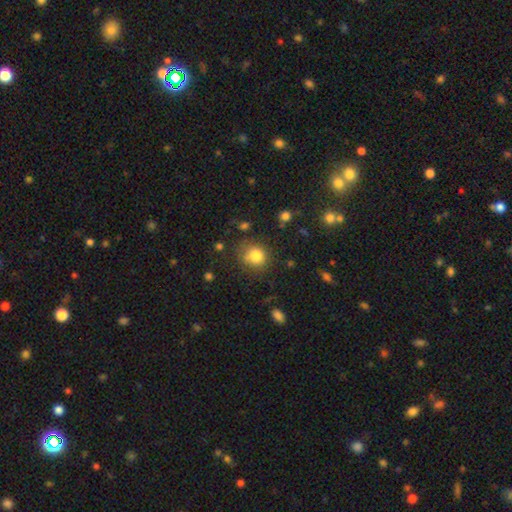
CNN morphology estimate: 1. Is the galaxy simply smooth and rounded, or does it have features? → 81% smooth, 11% star or artifact, 7% featured or disk.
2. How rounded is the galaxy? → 79% round, 20% in between, 1% cigar-shaped.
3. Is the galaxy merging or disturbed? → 73% none, 17% minor disturbance, 6% major disturbance, 4% merger.